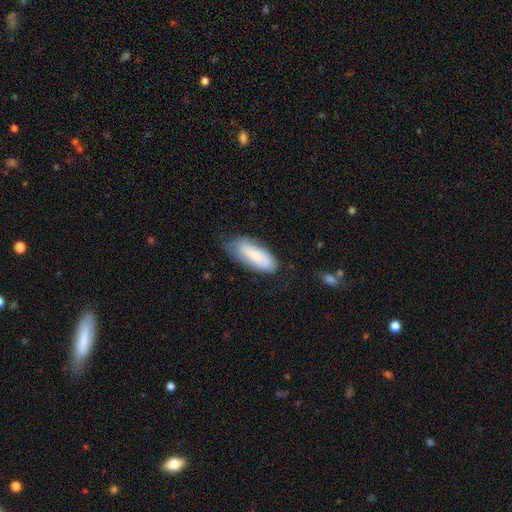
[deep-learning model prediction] Q: Smooth or featured?
A: smooth (71%); runner-up: featured or disk (23%)
Q: How rounded?
A: in between (79%); runner-up: cigar-shaped (19%)
Q: Merging?
A: none (63%); runner-up: minor disturbance (28%)